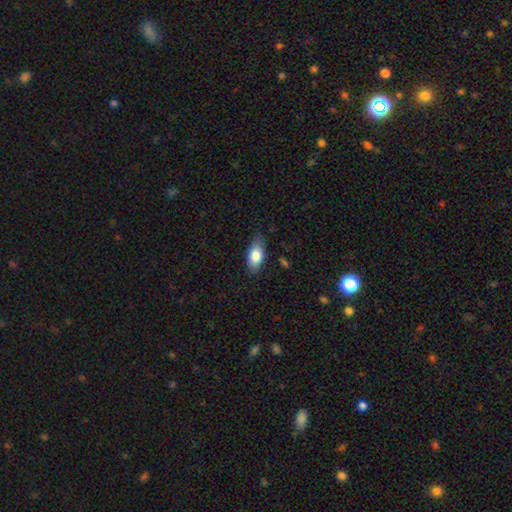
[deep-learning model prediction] smooth-or-featured: smooth: 81% | featured or disk: 13% | star or artifact: 7%
  how-rounded: in between: 88% | cigar-shaped: 9% | round: 4%
  merging: none: 78% | minor disturbance: 17% | major disturbance: 3% | merger: 1%